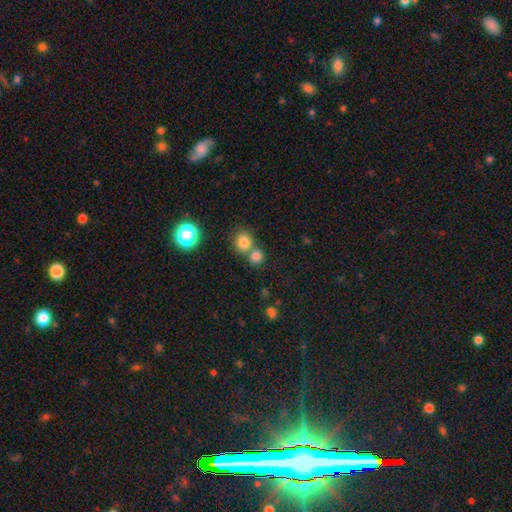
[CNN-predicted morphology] This is likely a smooth galaxy (78%). How rounded: clearly round (84%). Merging: possibly none (52%).